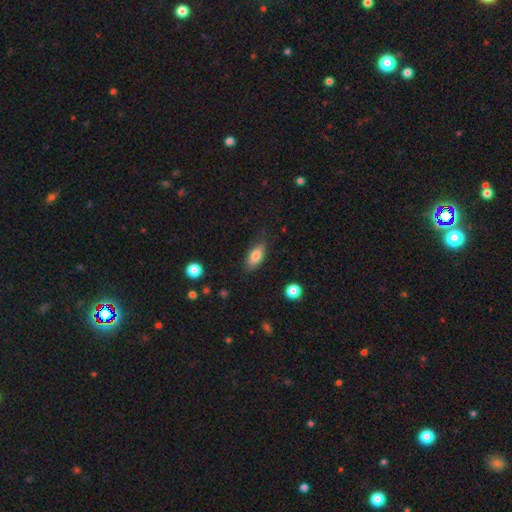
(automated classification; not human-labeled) A smooth galaxy with no disk features (80%) that is in between round and cigar-shaped (84%). Merging: none (74%).